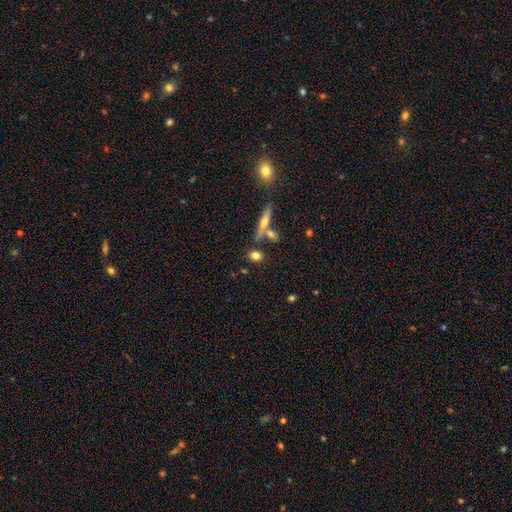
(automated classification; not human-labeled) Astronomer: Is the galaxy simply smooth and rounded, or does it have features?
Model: smooth — 74%.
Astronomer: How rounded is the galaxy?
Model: round — 47% (runner-up: in between, 40%).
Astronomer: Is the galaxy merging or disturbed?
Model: none — 66%.